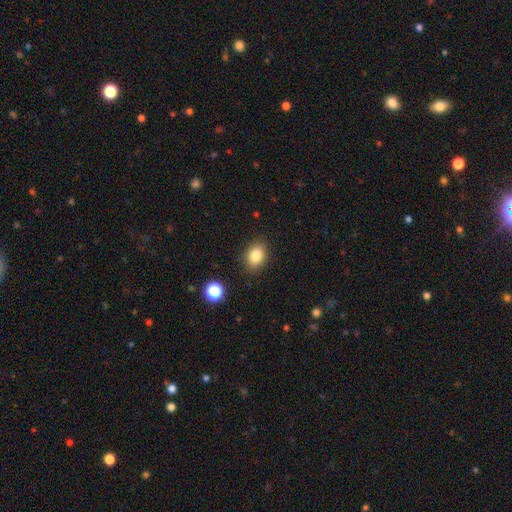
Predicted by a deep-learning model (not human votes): The model was most divided on "how rounded": in between: 69%, round: 30%, cigar-shaped: 1%. More confident: merging — none (87%); smooth or featured — smooth (83%).